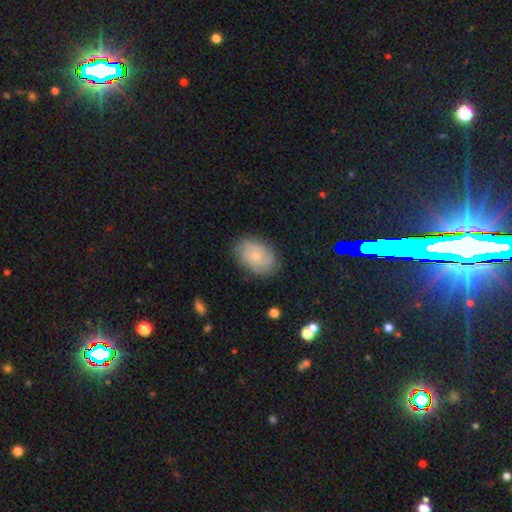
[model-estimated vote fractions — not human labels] This appears to be a featured or disk galaxy (56%) with no bar (77%), spiral arms (86%) and a small central bulge (71%). Merging: none (80%).